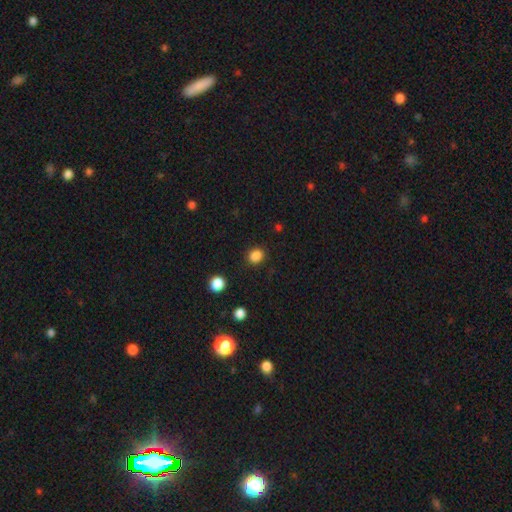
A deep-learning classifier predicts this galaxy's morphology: Smooth or featured? Predicted: smooth (p=0.85). How rounded? Predicted: round (p=0.61). Merging? Predicted: none (p=0.86).